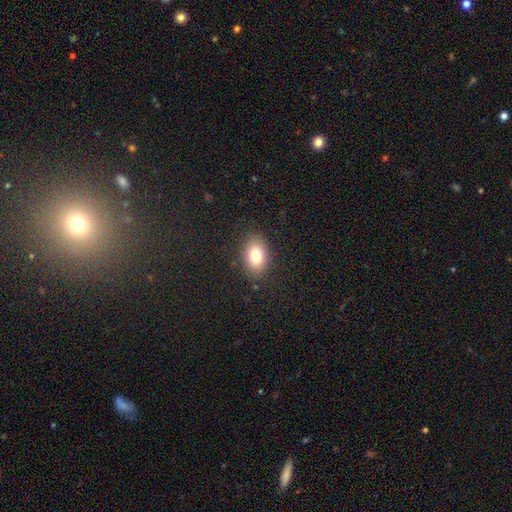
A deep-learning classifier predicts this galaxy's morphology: A smooth galaxy with no disk features (79%) that is in between round and cigar-shaped (83%). Merging: none (86%).